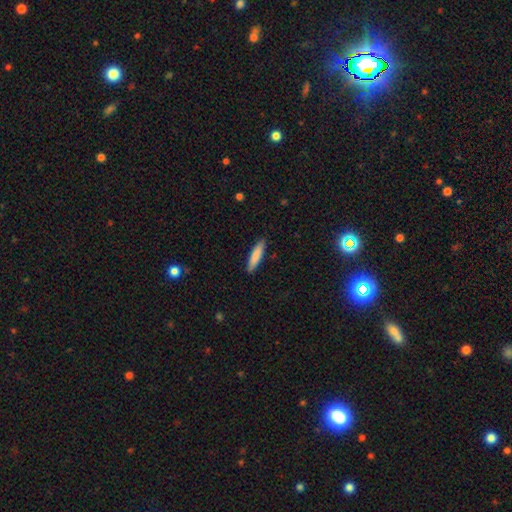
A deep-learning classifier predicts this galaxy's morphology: This appears to be a smooth galaxy with no disk features (82%) that is cigar-shaped (81%). Merging: none (89%).